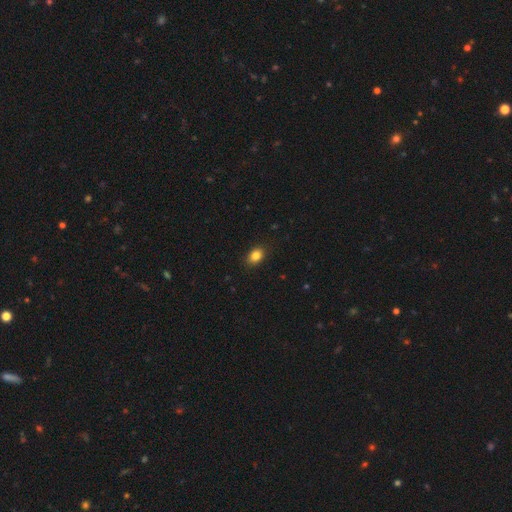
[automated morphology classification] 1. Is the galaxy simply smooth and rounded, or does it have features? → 85% smooth, 10% star or artifact, 5% featured or disk.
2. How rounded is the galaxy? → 72% in between, 27% round, 1% cigar-shaped.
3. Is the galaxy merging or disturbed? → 88% none, 9% minor disturbance, 2% major disturbance, 1% merger.